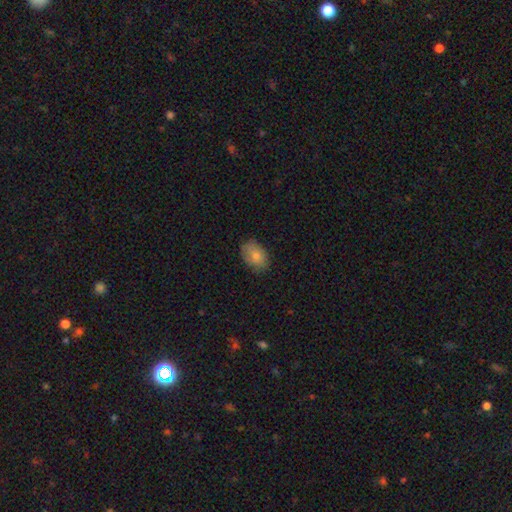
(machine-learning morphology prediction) Smooth or featured: smooth — 78% (featured or disk — 15%)
How rounded: in between — 84% (round — 15%)
Merging: none — 76% (minor disturbance — 19%)